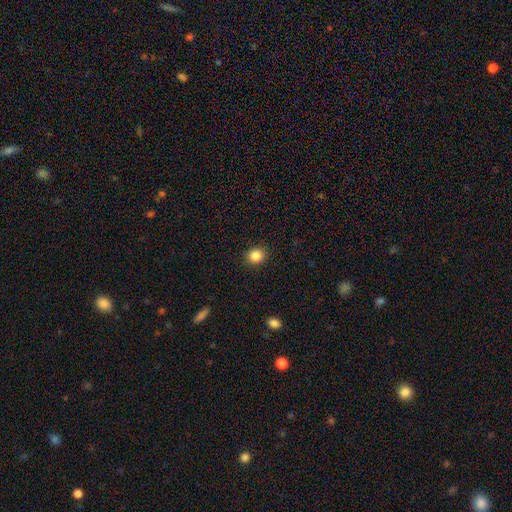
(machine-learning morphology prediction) type=smooth (86%); roundness=round (79%); merging=none (91%).